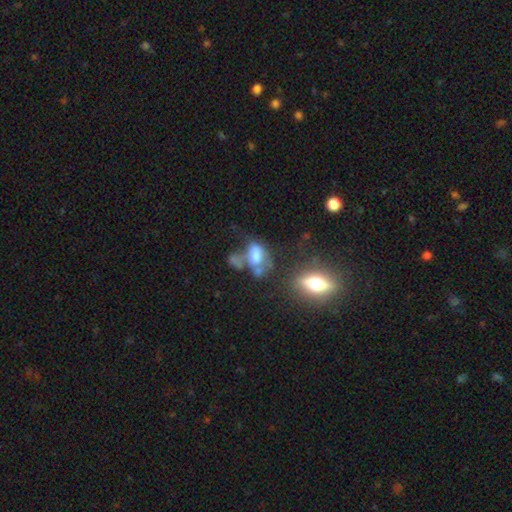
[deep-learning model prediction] This appears to be a smooth galaxy with no disk features (50%) that is in between round and cigar-shaped (85%). Merging: merger (37%).